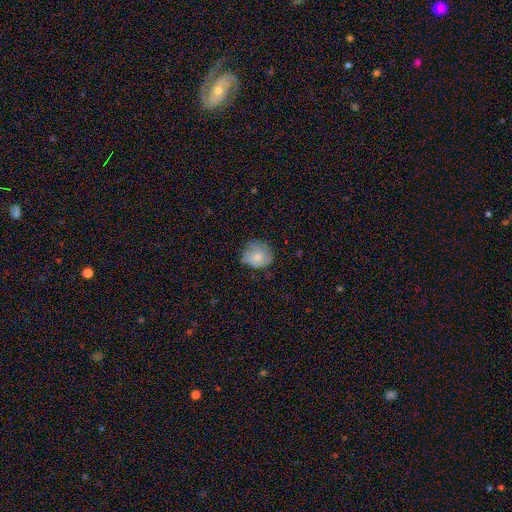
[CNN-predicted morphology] Smooth or featured: smooth — 62% (featured or disk — 30%)
How rounded: round — 79% (in between — 20%)
Merging: none — 66% (minor disturbance — 25%)